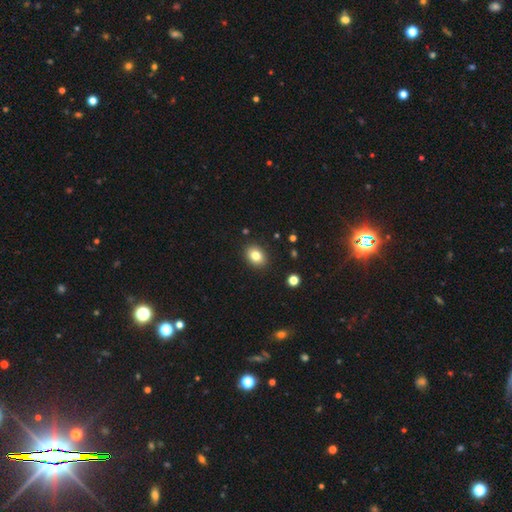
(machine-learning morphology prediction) A smooth galaxy with no disk features (83%) that is in between round and cigar-shaped (65%). Merging: none (89%).